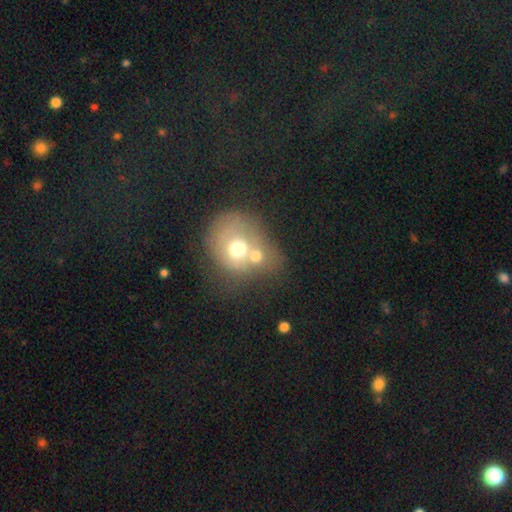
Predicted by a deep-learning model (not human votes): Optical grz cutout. It shows a smooth galaxy with no disk features (59%) that is round (67%). Merging: merger (63%).